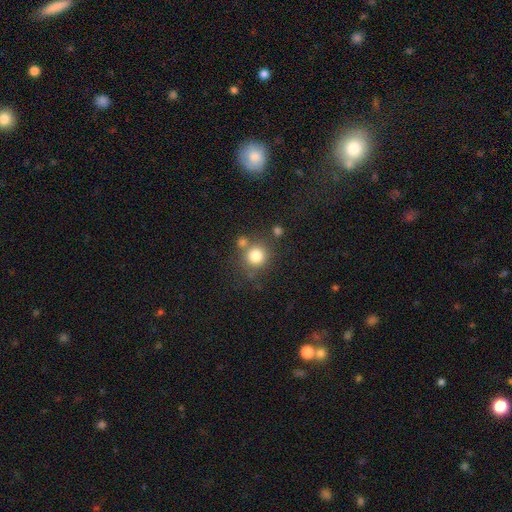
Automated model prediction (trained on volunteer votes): smooth_or_featured: smooth (p=0.80) [alt: star or artifact p=0.12]
how_rounded: round (p=0.91) [alt: in between p=0.08]
merging: none (p=0.69) [alt: merger p=0.16]